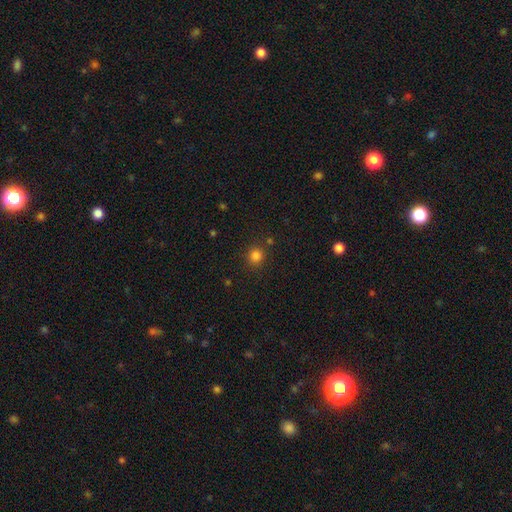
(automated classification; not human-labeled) The model was most divided on "smooth or featured": smooth: 81%, star or artifact: 14%, featured or disk: 4%. More confident: how rounded — round (90%); merging — none (85%).